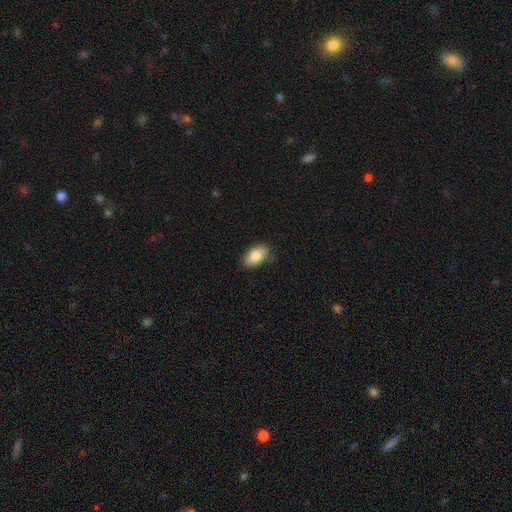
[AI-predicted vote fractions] smooth 83%, featured or disk 11%, star or artifact 7%. Down the decision tree: how rounded — in between (93%); merging — none (84%).